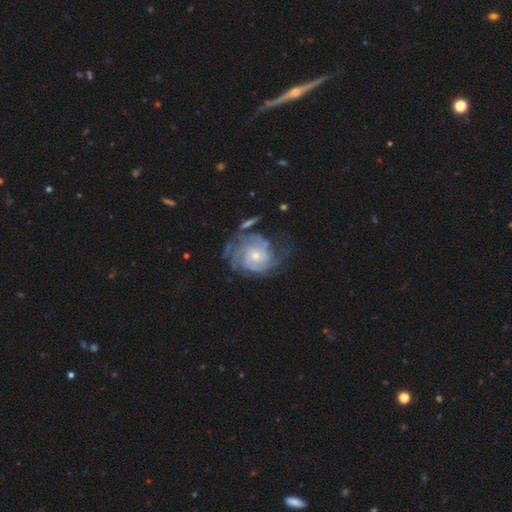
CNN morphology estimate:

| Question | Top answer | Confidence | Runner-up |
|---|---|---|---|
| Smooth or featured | featured or disk | 85% | smooth (9%) |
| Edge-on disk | no | 97% | yes (3%) |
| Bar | no | 75% | weak (21%) |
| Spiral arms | yes | 95% | no (5%) |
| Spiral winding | tight | 62% | medium (29%) |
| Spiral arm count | can't tell | 32% | 4 (23%) |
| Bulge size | small | 57% | moderate (39%) |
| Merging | none | 54% | minor disturbance (22%) |